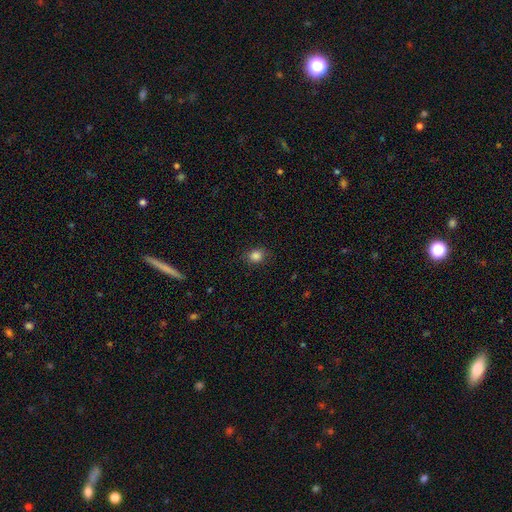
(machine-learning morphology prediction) smooth 84%, star or artifact 11%, featured or disk 4%. Down the decision tree: how rounded — round (64%); merging — none (84%).